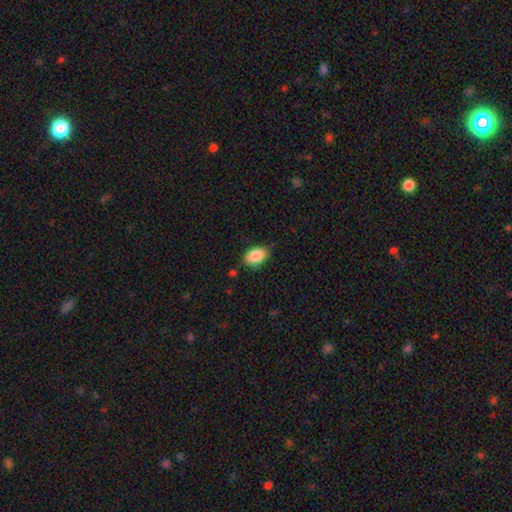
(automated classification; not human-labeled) Smooth or featured: smooth — 88% (star or artifact — 7%)
How rounded: in between — 88% (round — 11%)
Merging: none — 79% (minor disturbance — 16%)